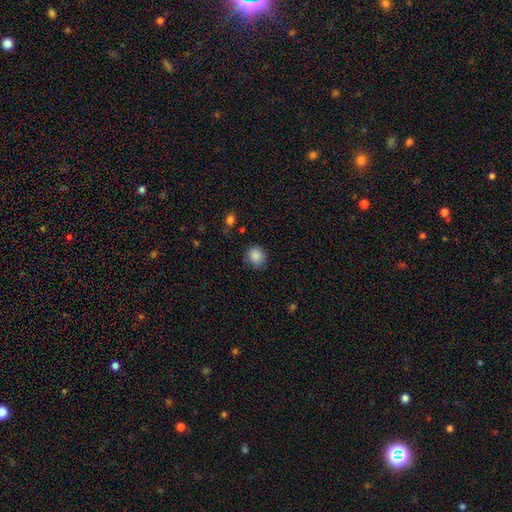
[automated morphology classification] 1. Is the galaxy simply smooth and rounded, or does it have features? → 87% smooth, 9% star or artifact, 4% featured or disk.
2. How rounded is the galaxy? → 80% round, 19% in between, 1% cigar-shaped.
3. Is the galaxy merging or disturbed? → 80% none, 15% minor disturbance, 3% major disturbance, 2% merger.